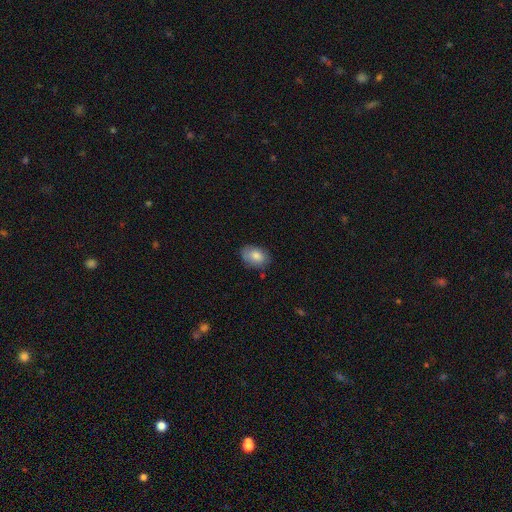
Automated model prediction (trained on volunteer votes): Overall: smooth (82%). How rounded: in between (78%). Merging: none (74%).